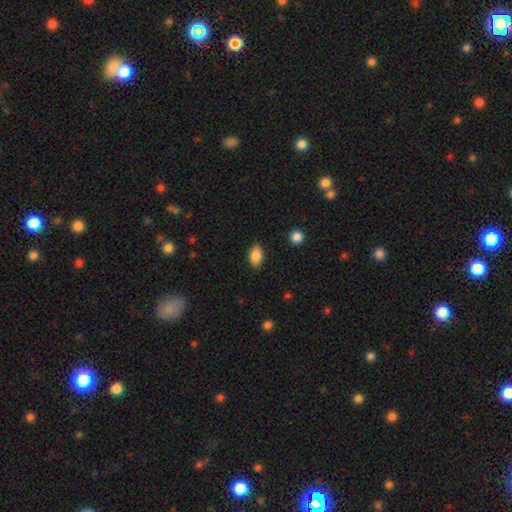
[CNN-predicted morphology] smooth_or_featured: smooth (p=0.84) [alt: featured or disk p=0.08]
how_rounded: in between (p=0.89) [alt: round p=0.07]
merging: none (p=0.85) [alt: minor disturbance p=0.11]